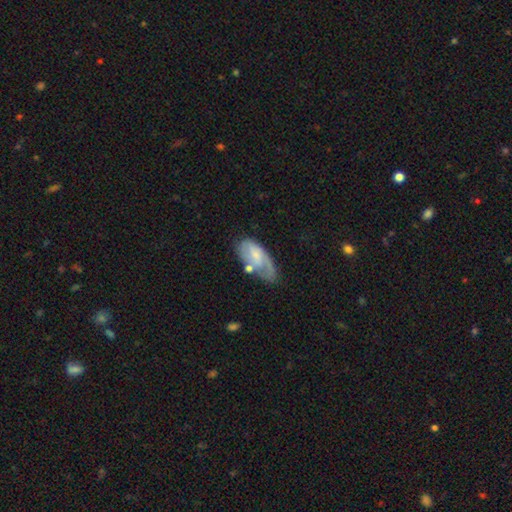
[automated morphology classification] smooth_or_featured: featured or disk (p=0.51) [alt: smooth p=0.43]
disk_edge_on: no (p=0.92) [alt: yes p=0.08]
merging: none (p=0.40) [alt: minor disturbance p=0.30]